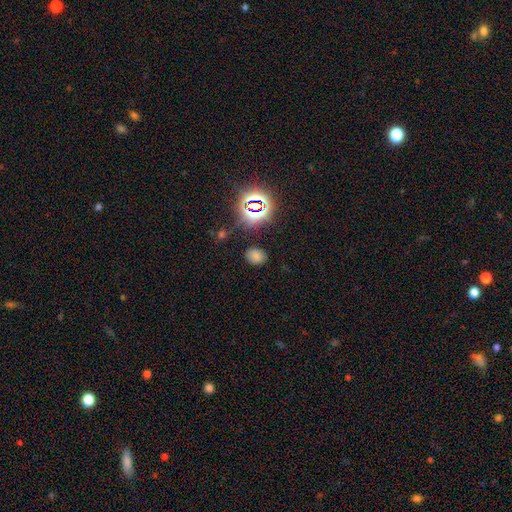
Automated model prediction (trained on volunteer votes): Smooth or featured? smooth (69%)
How rounded? in between (53%)
Merging? none (84%)